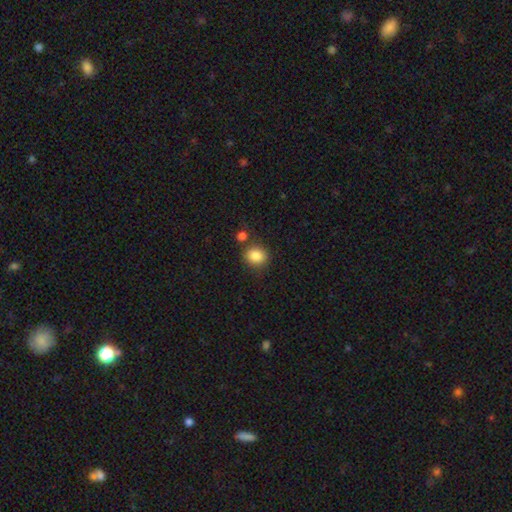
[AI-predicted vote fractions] Smooth or featured? Predicted: smooth (p=0.87). How rounded? Predicted: round (p=0.66). Merging? Predicted: none (p=0.76).